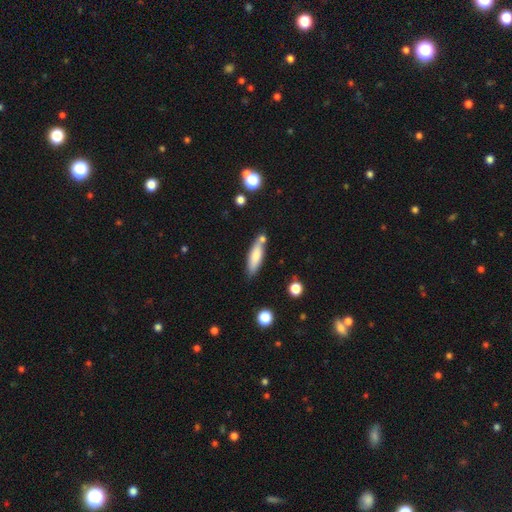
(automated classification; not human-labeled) A smooth galaxy with no disk features (77%) that is cigar-shaped (60%).

Vote fractions:
- Smooth or featured? smooth: 77% / featured or disk: 17% / star or artifact: 6%
- How rounded? cigar-shaped: 60% / in between: 39% / round: 2%
- Merging? none: 66% / minor disturbance: 16% / merger: 14% / major disturbance: 3%